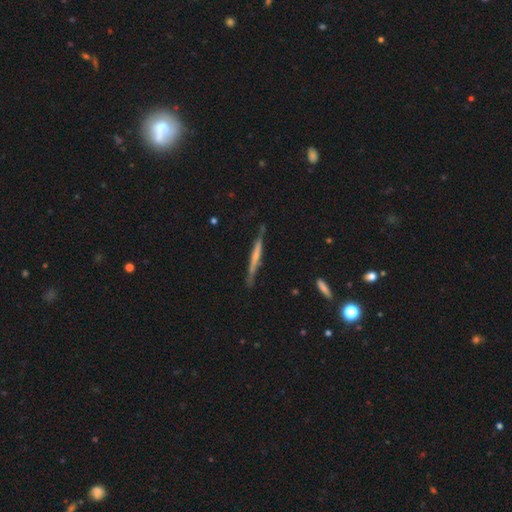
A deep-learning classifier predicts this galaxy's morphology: A featured or disk galaxy (57%) viewed edge-on (95%) with no central bulge (65%).

Vote fractions:
- Smooth or featured? featured or disk: 57% / smooth: 37% / star or artifact: 6%
- Edge-on disk? yes: 95% / no: 5%
- Edge-on bulge? none: 65% / rounded: 20% / boxy: 15%
- Merging? none: 78% / minor disturbance: 16% / major disturbance: 3% / merger: 2%